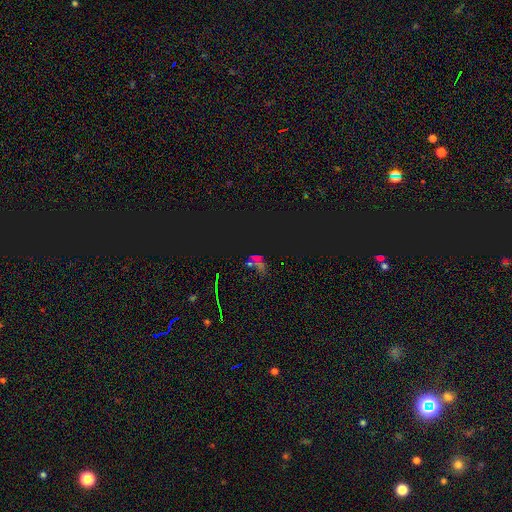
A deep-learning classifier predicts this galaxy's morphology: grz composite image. It shows a star or artifact, not a galaxy (71%).